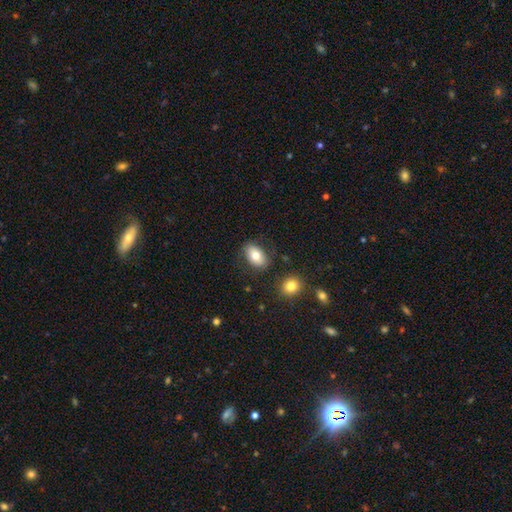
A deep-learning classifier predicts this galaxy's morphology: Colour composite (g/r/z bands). It shows a smooth galaxy with no disk features (78%) that is in between round and cigar-shaped (88%). Merging: none (80%).